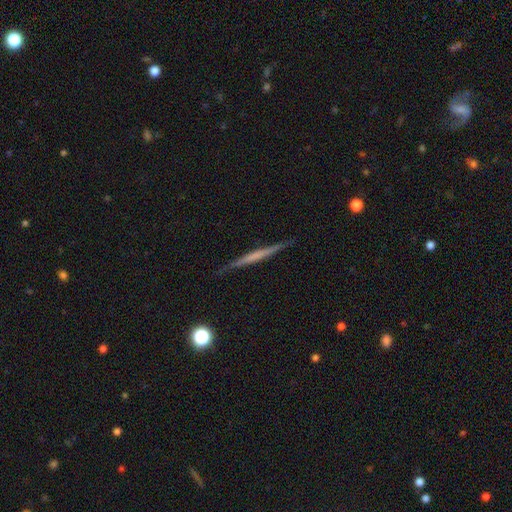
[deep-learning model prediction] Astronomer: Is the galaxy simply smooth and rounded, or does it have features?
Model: featured or disk — 61%.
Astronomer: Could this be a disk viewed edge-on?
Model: yes — 97%.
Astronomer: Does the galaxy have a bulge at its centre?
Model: none — 76%.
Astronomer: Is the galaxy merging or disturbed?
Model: none — 88%.